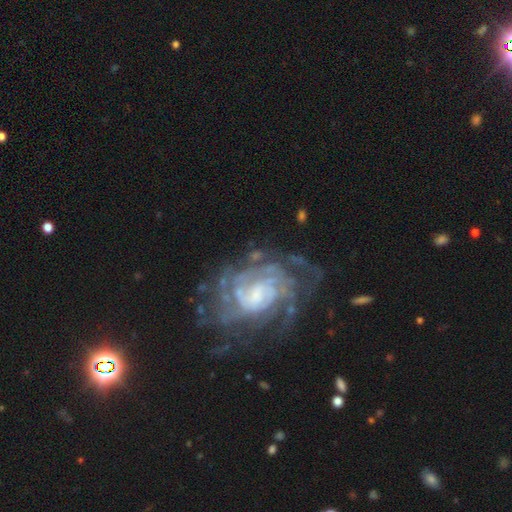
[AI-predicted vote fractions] This appears to be a featured or disk galaxy (86%) with no bar (50%), tight (60%) spiral arms (94%) and a small central bulge (40%). Merging: none (59%).